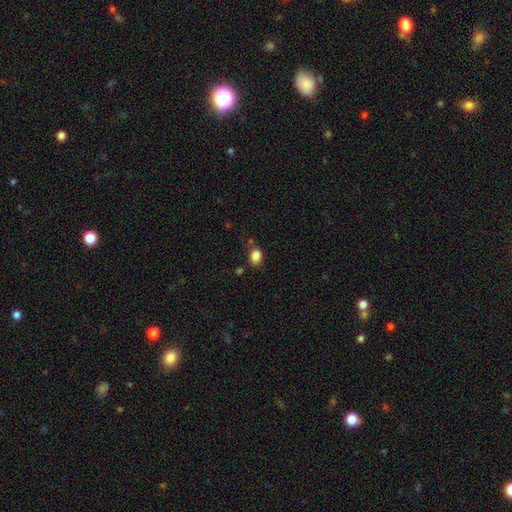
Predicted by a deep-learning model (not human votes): smooth-or-featured: smooth: 86% | star or artifact: 10% | featured or disk: 4%
  how-rounded: in between: 69% | round: 30% | cigar-shaped: 1%
  merging: none: 73% | minor disturbance: 16% | merger: 6% | major disturbance: 4%